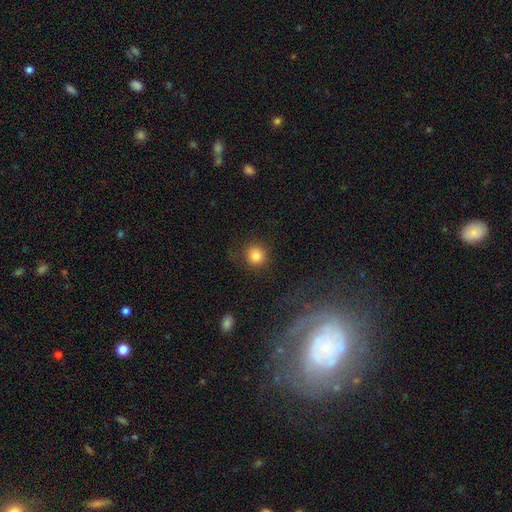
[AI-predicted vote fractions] smooth 83%, star or artifact 11%, featured or disk 6%. Down the decision tree: how rounded — round (92%); merging — none (82%).